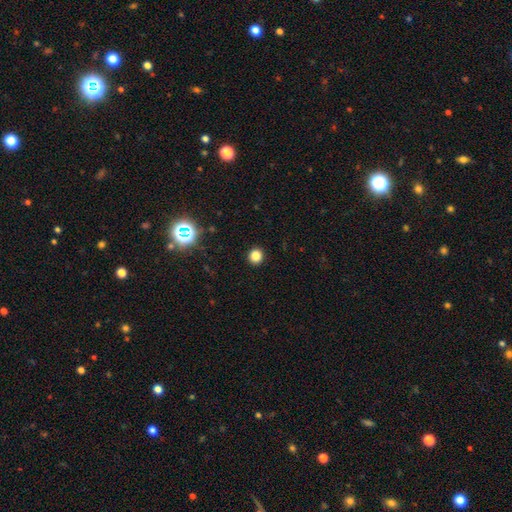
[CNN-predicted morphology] A smooth galaxy with no disk features (81%) that is round (91%).

Vote fractions:
- Smooth or featured? smooth: 81% / star or artifact: 15% / featured or disk: 4%
- How rounded? round: 91% / in between: 8% / cigar-shaped: 1%
- Merging? none: 93% / minor disturbance: 5% / major disturbance: 2% / merger: 1%